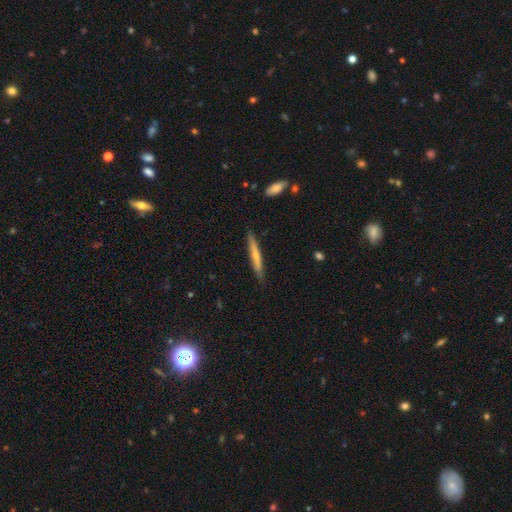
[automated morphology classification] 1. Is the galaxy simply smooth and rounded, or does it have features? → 56% smooth, 38% featured or disk, 6% star or artifact.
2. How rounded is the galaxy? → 95% cigar-shaped, 4% in between, 1% round.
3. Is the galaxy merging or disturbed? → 85% none, 11% minor disturbance, 2% major disturbance, 1% merger.